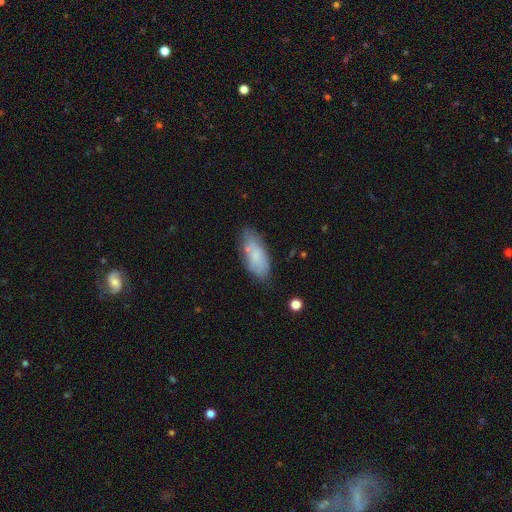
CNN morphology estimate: The model was most divided on "merging": none: 66%, minor disturbance: 23%, major disturbance: 6%, merger: 5%. More confident: how rounded — in between (83%); smooth or featured — smooth (69%).